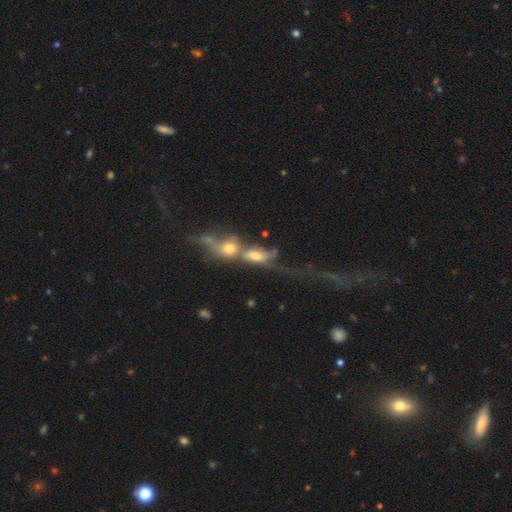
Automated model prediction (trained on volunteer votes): This appears to be a smooth galaxy with no disk features (50%) that is in between round and cigar-shaped (72%). Merging: merger (75%).